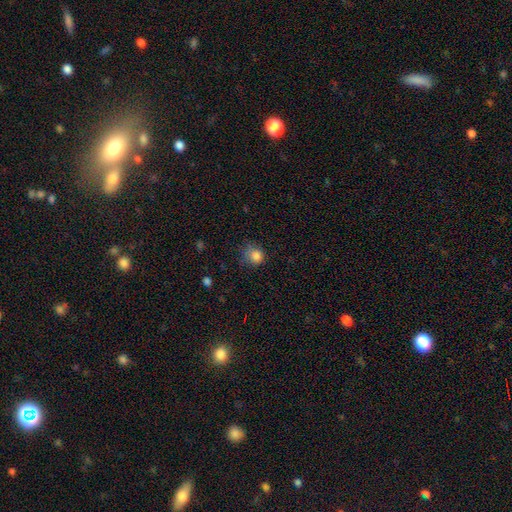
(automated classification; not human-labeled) Smooth or featured?
  - smooth: 83% *
  - star or artifact: 12%
  - featured or disk: 6%
How rounded?
  - round: 76% *
  - in between: 23%
  - cigar-shaped: 1%
Merging?
  - none: 58% *
  - minor disturbance: 29%
  - major disturbance: 11%
  - merger: 2%